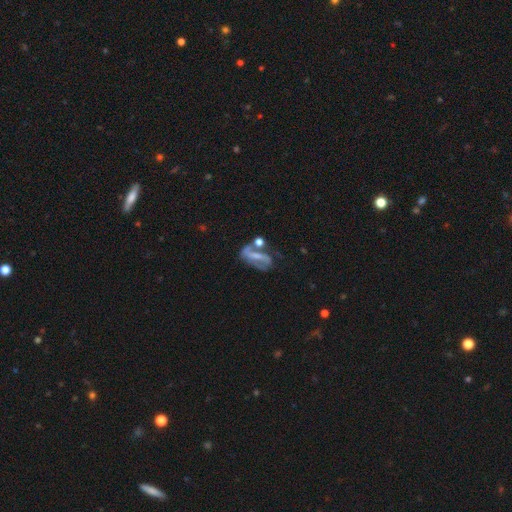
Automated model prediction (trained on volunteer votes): This is likely a featured or disk galaxy (69%). It is clearly not viewed edge-on (91%). Bar: possibly strong (50%). Spiral arm pattern: likely yes (71%). Central bulge: marginally small (42%). Merging: marginally none (38%).